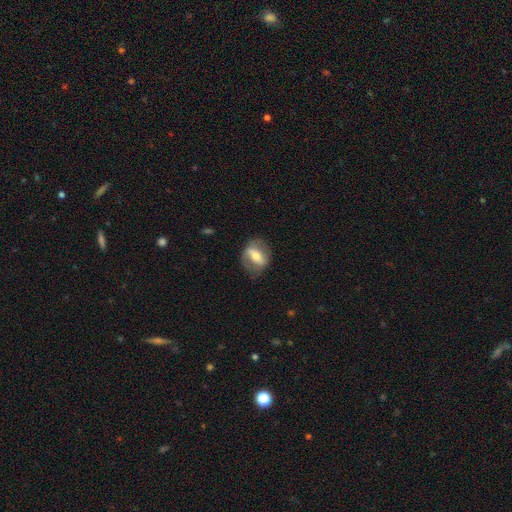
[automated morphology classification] A featured or disk galaxy (50%).

Vote fractions:
- Smooth or featured? featured or disk: 50% / smooth: 43% / star or artifact: 7%
- Edge-on disk? no: 81% / yes: 19%
- Merging? none: 73% / minor disturbance: 17% / major disturbance: 8% / merger: 1%